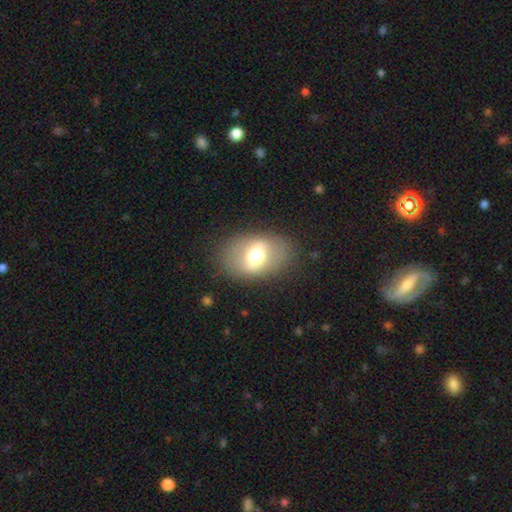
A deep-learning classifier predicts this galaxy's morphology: smooth_or_featured: smooth (p=0.53) [alt: featured or disk p=0.38]
how_rounded: in between (p=0.78) [alt: round p=0.20]
merging: none (p=0.81) [alt: minor disturbance p=0.12]